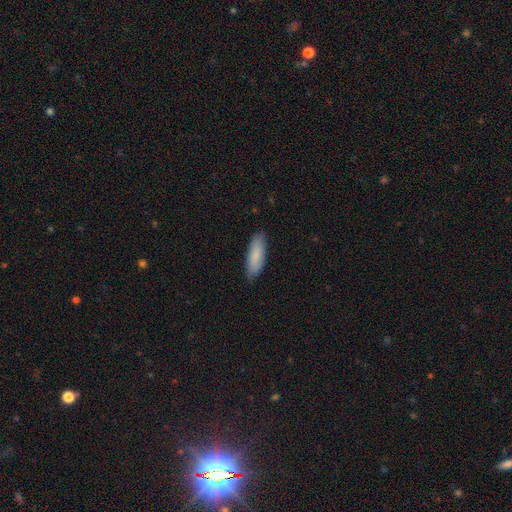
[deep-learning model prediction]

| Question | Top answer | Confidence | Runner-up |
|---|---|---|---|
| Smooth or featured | smooth | 84% | featured or disk (10%) |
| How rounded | in between | 54% | cigar-shaped (45%) |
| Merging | none | 83% | minor disturbance (13%) |